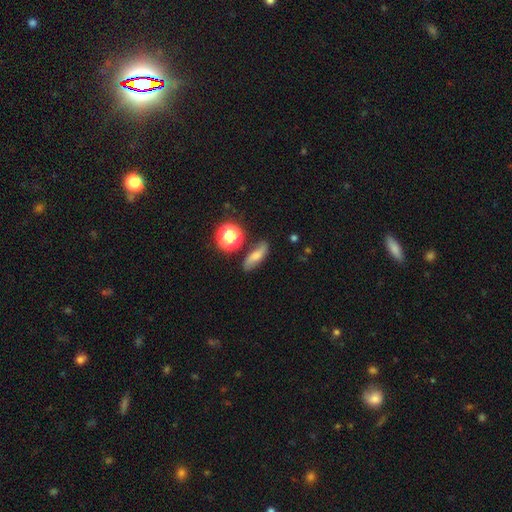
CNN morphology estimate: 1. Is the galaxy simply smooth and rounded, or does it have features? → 50% smooth, 36% featured or disk, 14% star or artifact.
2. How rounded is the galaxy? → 47% in between, 34% cigar-shaped, 19% round.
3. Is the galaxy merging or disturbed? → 75% none, 16% minor disturbance, 5% merger, 5% major disturbance.